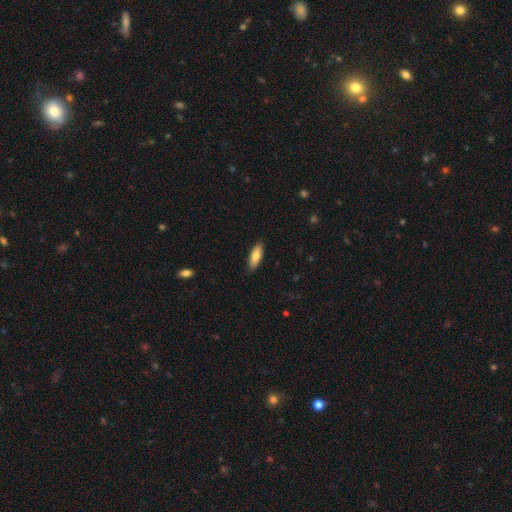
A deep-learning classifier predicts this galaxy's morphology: Q: Smooth or featured?
A: smooth (76%); runner-up: featured or disk (18%)
Q: How rounded?
A: in between (58%); runner-up: cigar-shaped (40%)
Q: Merging?
A: none (89%); runner-up: minor disturbance (8%)